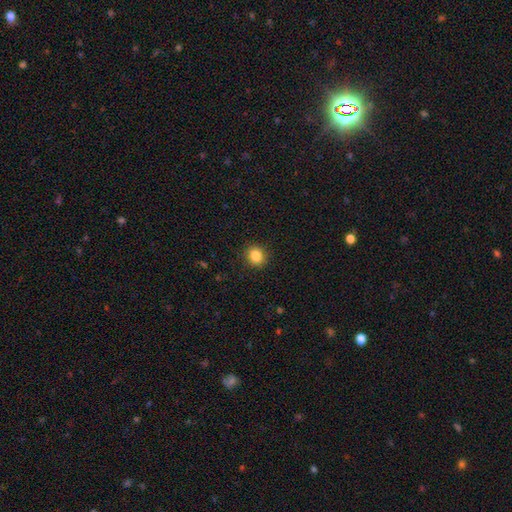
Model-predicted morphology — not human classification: type=smooth (86%); roundness=round (79%); merging=none (90%).